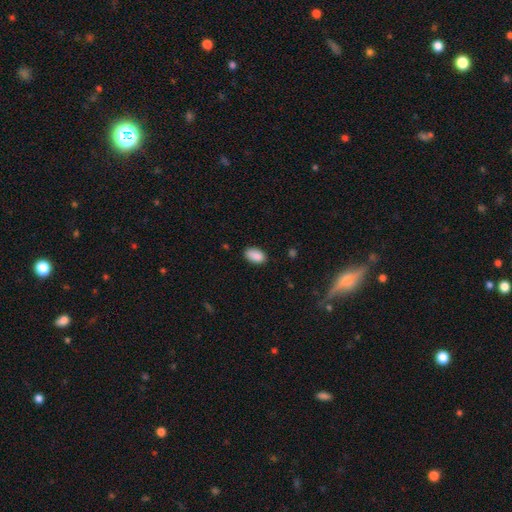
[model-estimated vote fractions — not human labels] smooth 89%, star or artifact 7%, featured or disk 4%. Down the decision tree: how rounded — in between (92%); merging — none (82%).